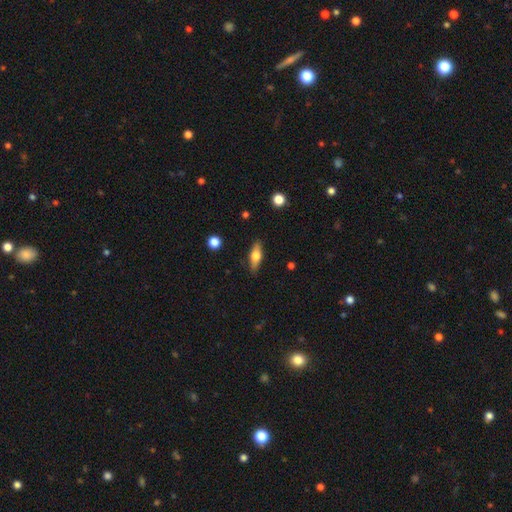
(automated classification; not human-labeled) The model was most divided on "smooth or featured": smooth: 57%, featured or disk: 36%, star or artifact: 7%. More confident: merging — none (86%); how rounded — in between (59%).